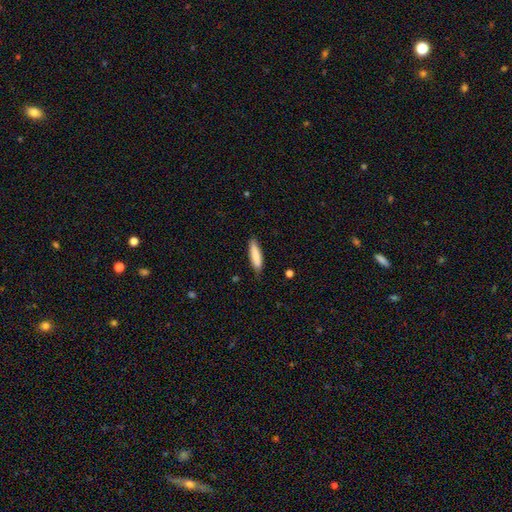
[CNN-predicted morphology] Overall: smooth (83%). How rounded: cigar-shaped (68%; in between 31%). Merging: none (81%).